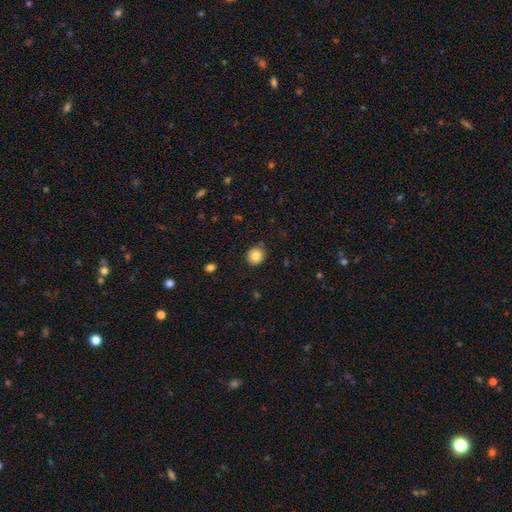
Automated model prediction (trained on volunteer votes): smooth-or-featured: smooth: 85% | star or artifact: 10% | featured or disk: 5%
  how-rounded: round: 87% | in between: 12% | cigar-shaped: 1%
  merging: none: 87% | minor disturbance: 10% | major disturbance: 2% | merger: 2%